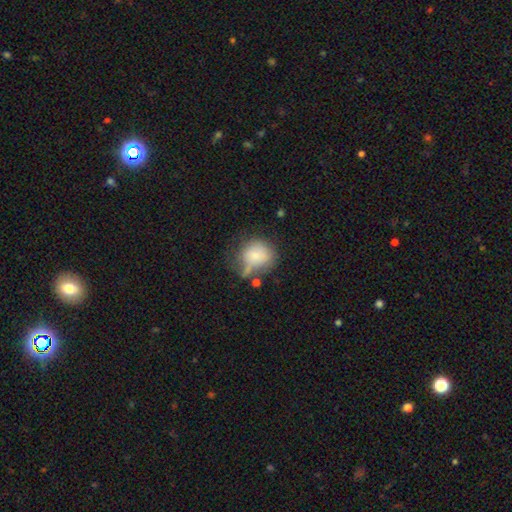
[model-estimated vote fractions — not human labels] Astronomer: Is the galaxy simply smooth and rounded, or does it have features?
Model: smooth — 73%.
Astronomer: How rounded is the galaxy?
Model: round — 80%.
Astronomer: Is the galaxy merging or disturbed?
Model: none — 38% (runner-up: minor disturbance, 29%).